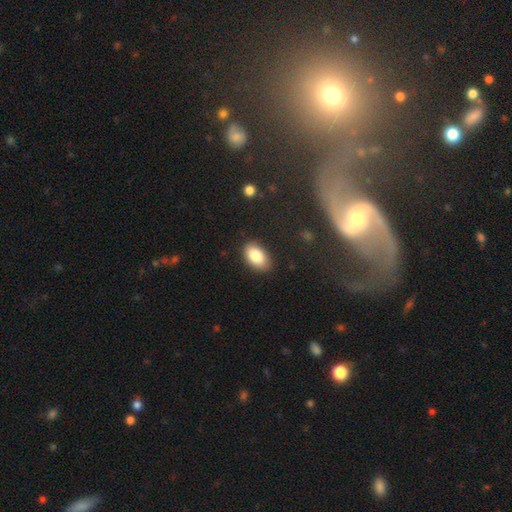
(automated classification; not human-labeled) Smooth or featured: smooth — 84% (featured or disk — 9%)
How rounded: in between — 93% (round — 6%)
Merging: none — 85% (minor disturbance — 11%)